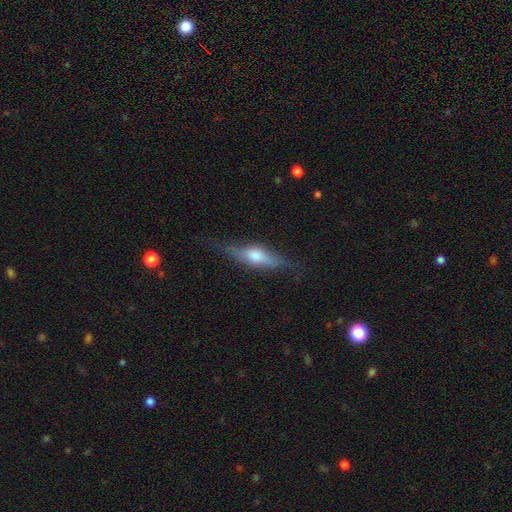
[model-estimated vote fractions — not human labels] A featured or disk galaxy (53%) viewed edge-on (90%). Merging: none (73%).